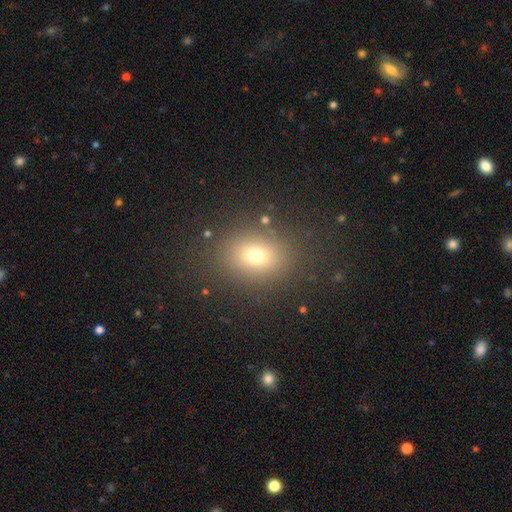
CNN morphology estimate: smooth 70%, star or artifact 18%, featured or disk 12%. Down the decision tree: how rounded — round (54%); merging — none (84%).